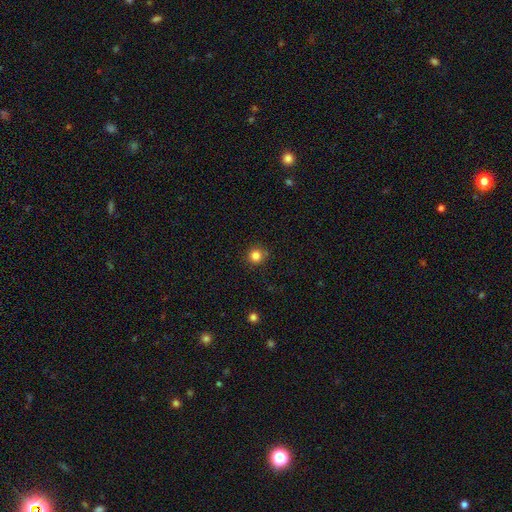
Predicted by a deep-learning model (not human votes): Overall: smooth (82%). How rounded: round (94%). Merging: none (86%).